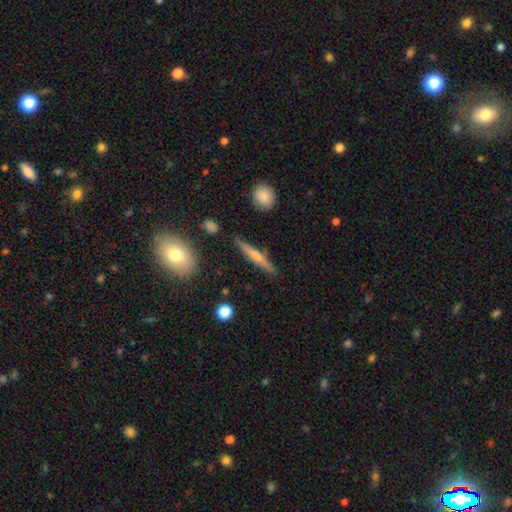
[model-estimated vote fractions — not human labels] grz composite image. It shows a featured or disk galaxy (54%) viewed edge-on (96%) with a rounded central bulge (74%). Merging: none (88%).